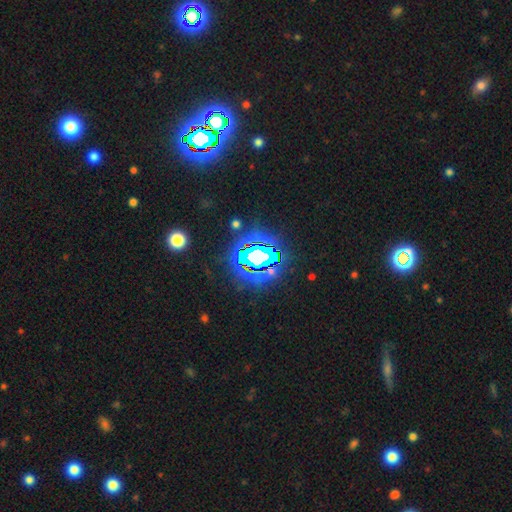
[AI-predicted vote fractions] Morphology: type=star or artifact (72%).